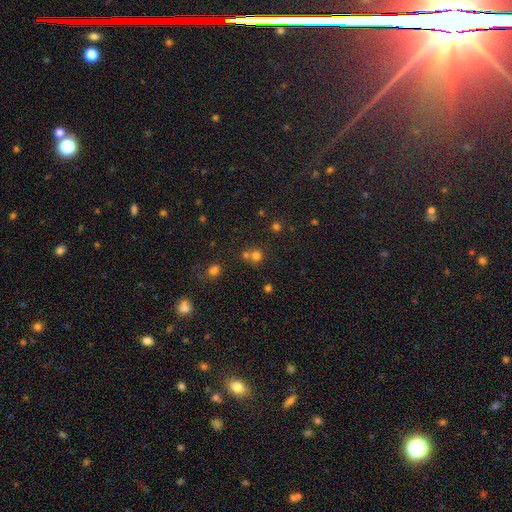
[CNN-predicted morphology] smooth-or-featured: smooth: 71% | star or artifact: 21% | featured or disk: 8%
  how-rounded: round: 89% | in between: 10% | cigar-shaped: 1%
  merging: none: 58% | merger: 32% | minor disturbance: 7% | major disturbance: 3%